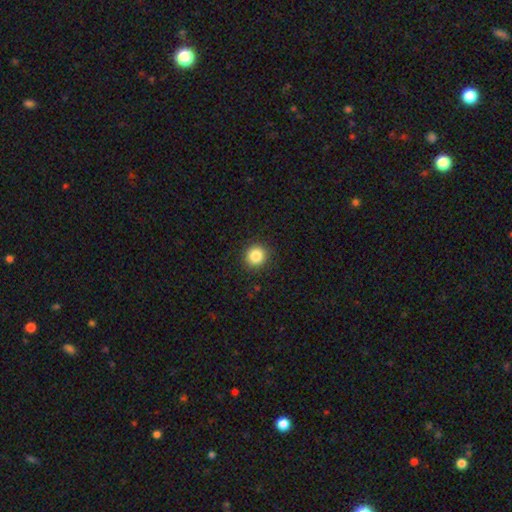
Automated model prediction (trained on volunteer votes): Smooth or featured: smooth — 85% (star or artifact — 10%)
How rounded: round — 93% (in between — 6%)
Merging: none — 91% (minor disturbance — 6%)